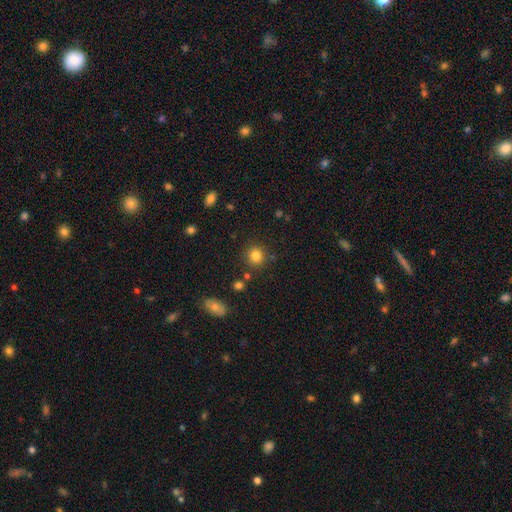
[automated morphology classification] The model was most divided on "smooth or featured": smooth: 83%, star or artifact: 12%, featured or disk: 6%. More confident: how rounded — round (88%); merging — none (84%).